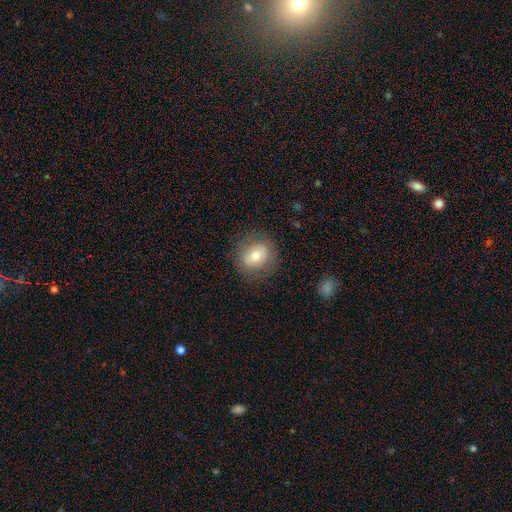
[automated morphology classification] Smooth or featured?
  - smooth: 70% *
  - featured or disk: 21%
  - star or artifact: 9%
How rounded?
  - round: 72% *
  - in between: 27%
  - cigar-shaped: 1%
Merging?
  - none: 83% *
  - minor disturbance: 11%
  - major disturbance: 5%
  - merger: 1%